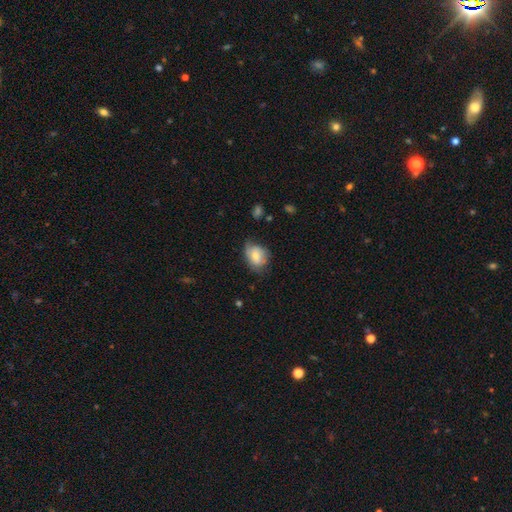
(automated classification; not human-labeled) smooth_or_featured: smooth (p=0.66) [alt: featured or disk p=0.27]
how_rounded: in between (p=0.63) [alt: round p=0.36]
merging: none (p=0.51) [alt: minor disturbance p=0.36]